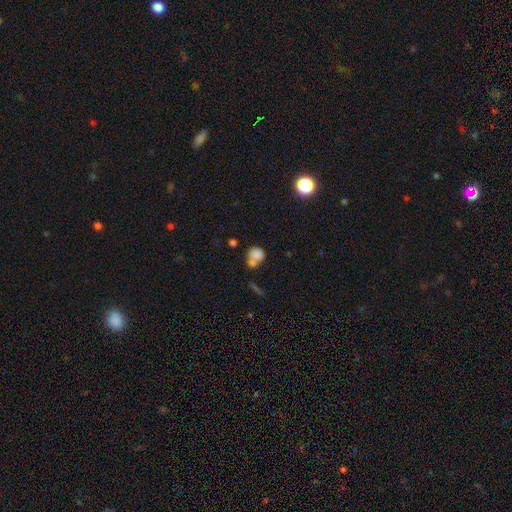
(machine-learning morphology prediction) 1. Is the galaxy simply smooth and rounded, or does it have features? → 77% smooth, 12% featured or disk, 11% star or artifact.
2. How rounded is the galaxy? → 67% round, 31% in between, 2% cigar-shaped.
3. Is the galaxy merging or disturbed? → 49% merger, 32% none, 12% minor disturbance, 8% major disturbance.